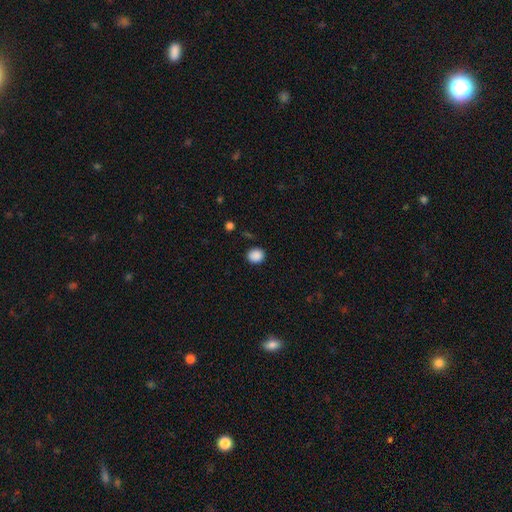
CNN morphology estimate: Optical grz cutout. It shows a smooth galaxy with no disk features (88%) that is round (71%). Merging: none (87%).